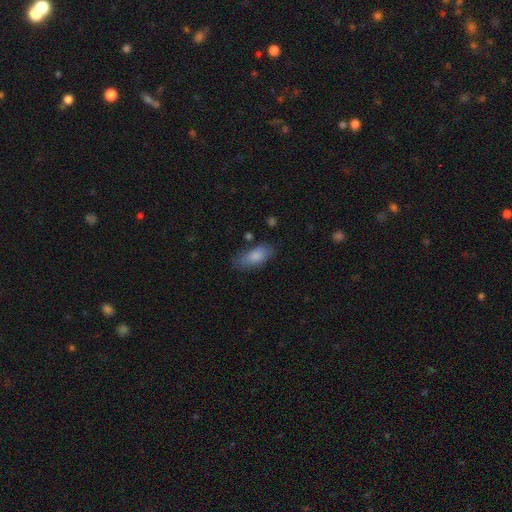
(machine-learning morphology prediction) Smooth or featured: smooth — 84% (featured or disk — 10%)
How rounded: in between — 87% (cigar-shaped — 10%)
Merging: none — 66% (minor disturbance — 23%)